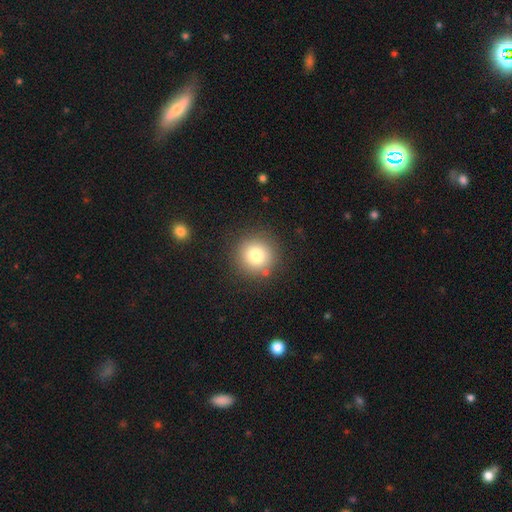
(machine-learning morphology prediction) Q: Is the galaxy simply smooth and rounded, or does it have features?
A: smooth — 80%.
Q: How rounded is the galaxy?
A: round — 94%.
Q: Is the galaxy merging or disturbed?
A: none — 88%.